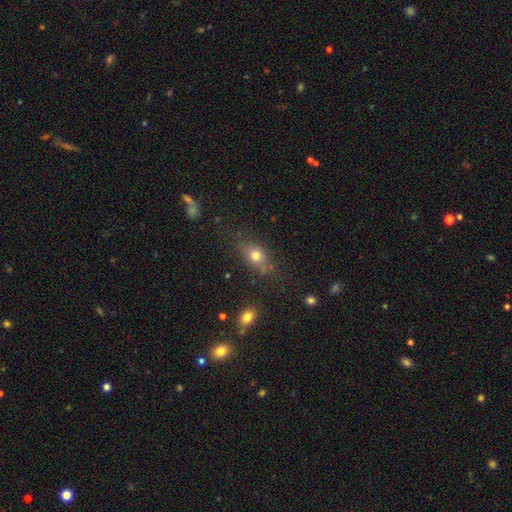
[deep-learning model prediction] This appears to be a smooth galaxy with no disk features (73%) that is in between round and cigar-shaped (62%). Merging: none (72%).